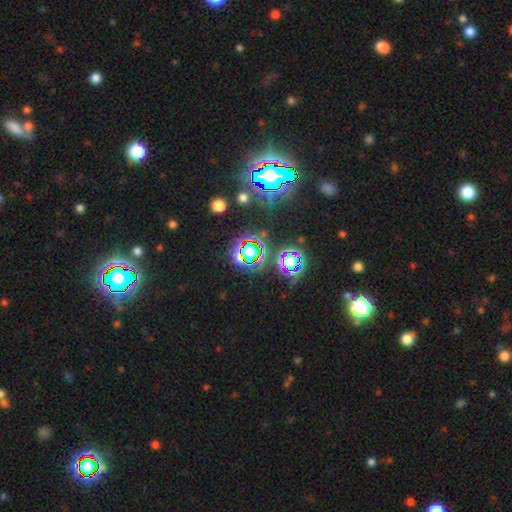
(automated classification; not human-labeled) A star or artifact, not a galaxy (75%).

Vote fractions:
- Smooth or featured? star or artifact: 75% / smooth: 15% / featured or disk: 11%